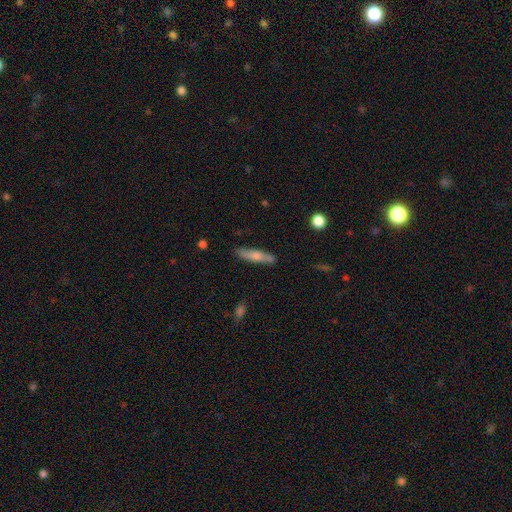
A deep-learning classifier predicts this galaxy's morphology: smooth_or_featured: smooth (p=0.60) [alt: featured or disk p=0.34]
how_rounded: cigar-shaped (p=0.77) [alt: in between p=0.21]
merging: none (p=0.79) [alt: minor disturbance p=0.15]